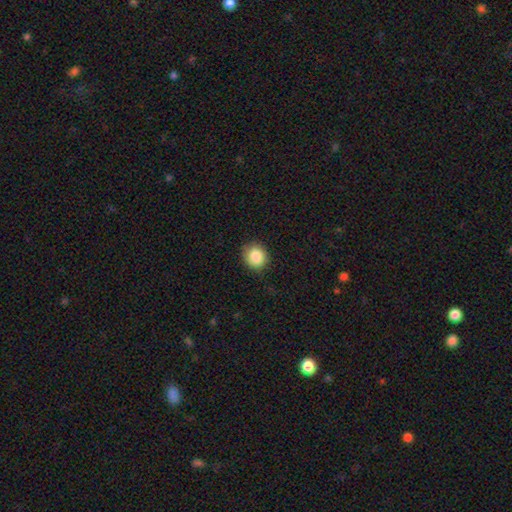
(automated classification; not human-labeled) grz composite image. It shows a smooth galaxy with no disk features (87%) that is round (72%). Merging: none (84%).